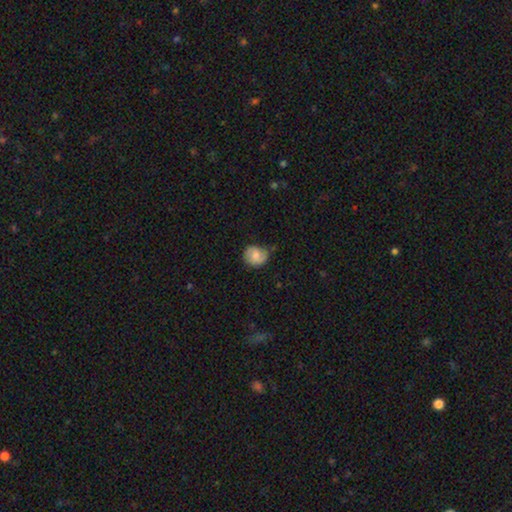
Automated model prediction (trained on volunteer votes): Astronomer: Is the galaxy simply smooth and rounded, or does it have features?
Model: featured or disk — 49% (runner-up: smooth, 44%).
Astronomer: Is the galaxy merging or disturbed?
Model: none — 64%.